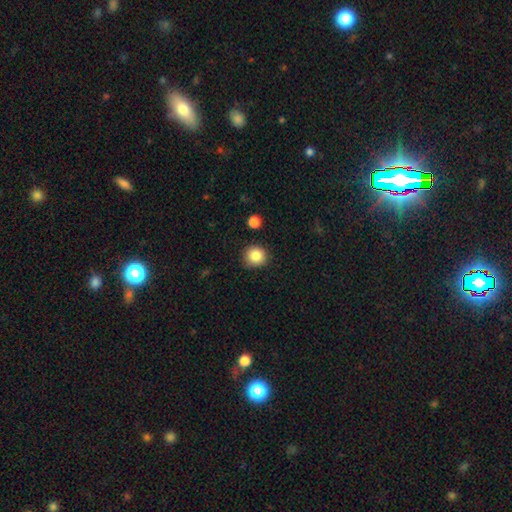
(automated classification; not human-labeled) A smooth galaxy with no disk features (86%) that is round (92%).

Vote fractions:
- Smooth or featured? smooth: 86% / star or artifact: 10% / featured or disk: 5%
- How rounded? round: 92% / in between: 7% / cigar-shaped: 1%
- Merging? none: 87% / minor disturbance: 9% / merger: 2% / major disturbance: 2%